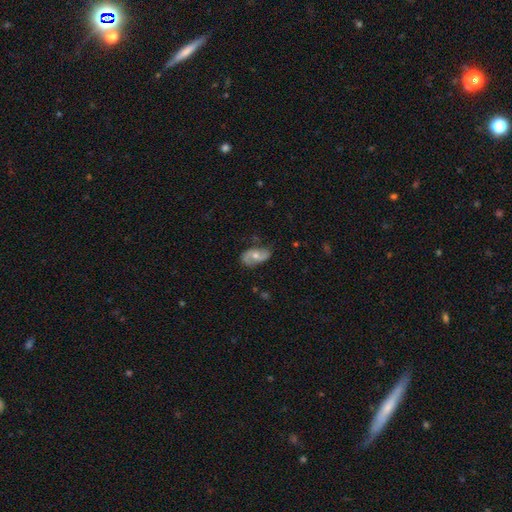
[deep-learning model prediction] Smooth or featured?
  - featured or disk: 61% *
  - smooth: 32%
  - star or artifact: 7%
Edge-on disk?
  - no: 95% *
  - yes: 5%
Bar?
  - no: 65% *
  - weak: 27%
  - strong: 8%
Spiral arms?
  - yes: 83% *
  - no: 17%
Bulge size?
  - moderate: 65% *
  - small: 30%
  - large: 3%
  - none: 2%
  - dominant: 1%
Merging?
  - none: 67% *
  - minor disturbance: 24%
  - major disturbance: 7%
  - merger: 2%